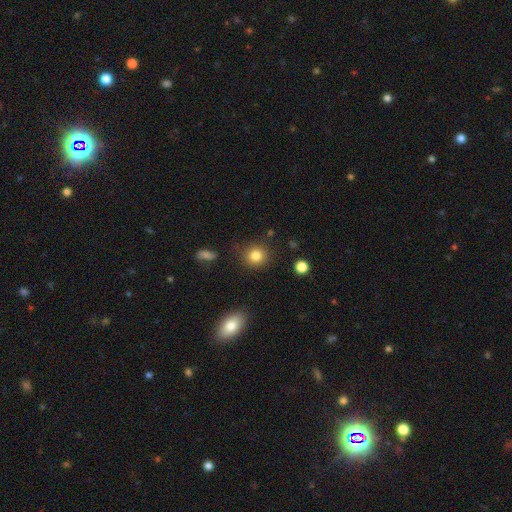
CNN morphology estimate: A smooth galaxy with no disk features (83%) that is round (87%). Merging: none (85%).